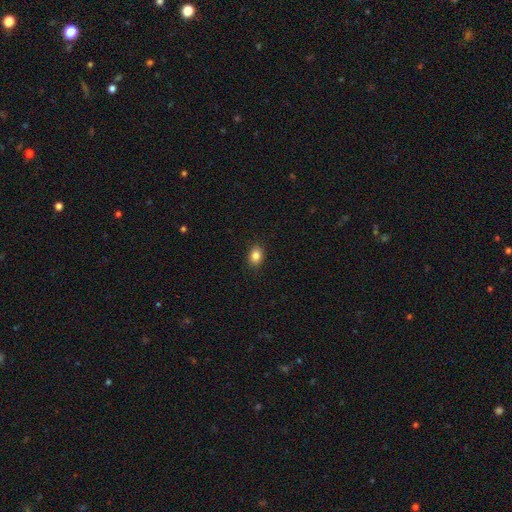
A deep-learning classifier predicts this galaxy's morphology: smooth-or-featured: smooth: 85% | star or artifact: 10% | featured or disk: 5%
  how-rounded: in between: 63% | round: 36% | cigar-shaped: 1%
  merging: none: 88% | minor disturbance: 9% | major disturbance: 2% | merger: 1%